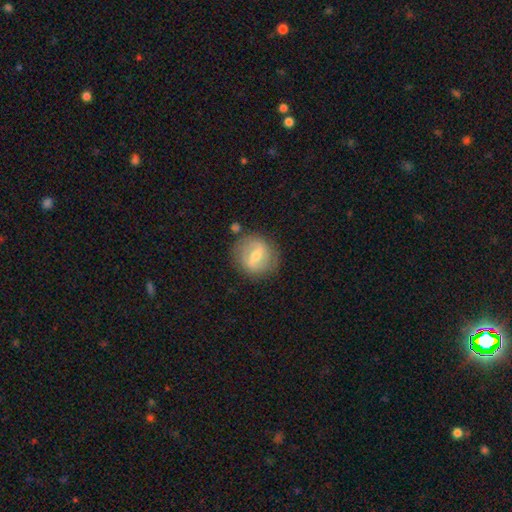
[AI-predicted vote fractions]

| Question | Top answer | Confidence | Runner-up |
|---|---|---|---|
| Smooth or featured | featured or disk | 57% | smooth (36%) |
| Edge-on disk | no | 95% | yes (5%) |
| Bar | weak | 48% | strong (37%) |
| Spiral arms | yes | 58% | no (42%) |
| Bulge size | moderate | 60% | small (34%) |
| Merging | none | 77% | minor disturbance (15%) |